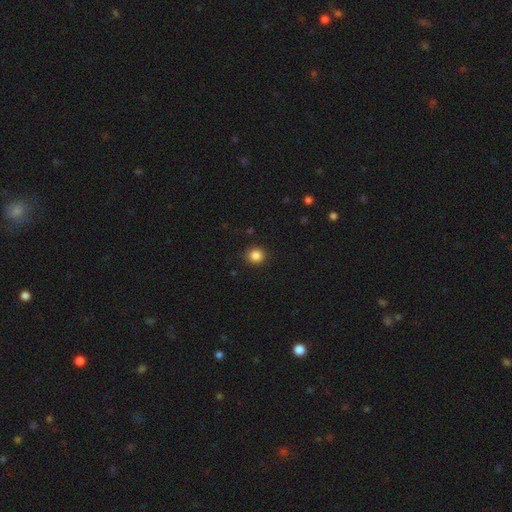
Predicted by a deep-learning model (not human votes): smooth 85%, star or artifact 11%, featured or disk 4%. Down the decision tree: how rounded — round (88%); merging — none (91%).